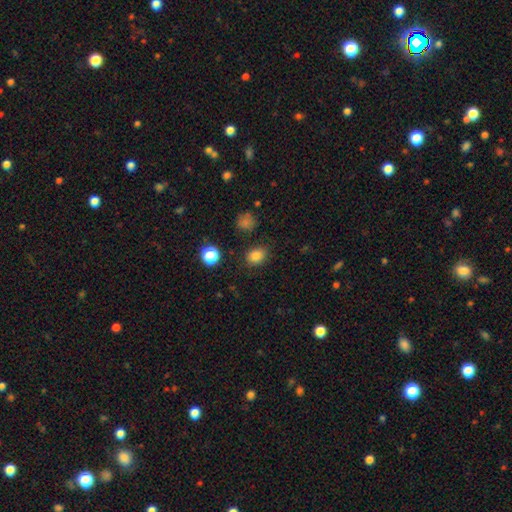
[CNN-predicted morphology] smooth_or_featured: smooth (p=0.81) [alt: star or artifact p=0.14]
how_rounded: round (p=0.51) [alt: in between p=0.48]
merging: none (p=0.84) [alt: minor disturbance p=0.11]